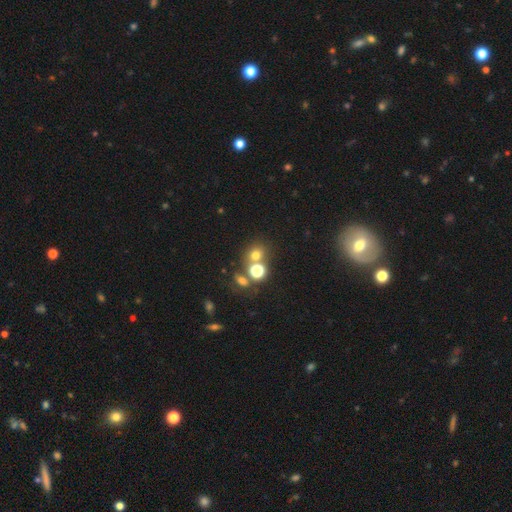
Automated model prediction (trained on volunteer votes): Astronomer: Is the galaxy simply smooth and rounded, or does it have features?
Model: smooth — 66%.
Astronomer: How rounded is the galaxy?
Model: round — 79%.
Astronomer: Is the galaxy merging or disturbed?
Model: none — 57%.